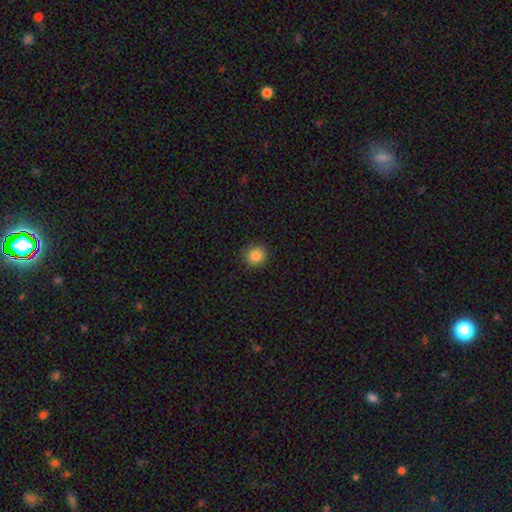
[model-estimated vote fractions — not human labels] Smooth or featured: smooth — 86% (star or artifact — 10%)
How rounded: round — 87% (in between — 12%)
Merging: none — 89% (minor disturbance — 8%)